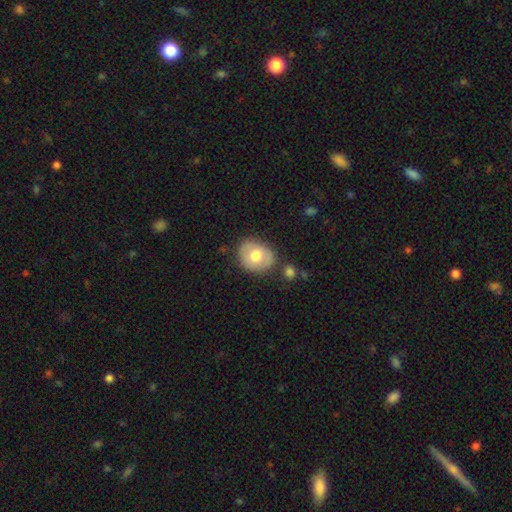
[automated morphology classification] Smooth or featured?
  - smooth: 64% *
  - featured or disk: 29%
  - star or artifact: 7%
How rounded?
  - round: 55% *
  - in between: 44%
  - cigar-shaped: 1%
Merging?
  - none: 75% *
  - minor disturbance: 16%
  - merger: 5%
  - major disturbance: 4%